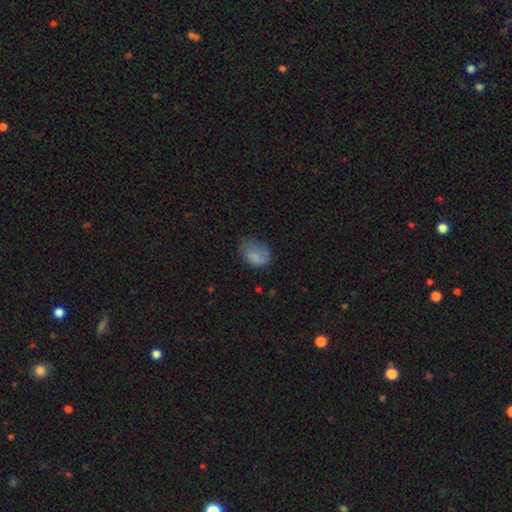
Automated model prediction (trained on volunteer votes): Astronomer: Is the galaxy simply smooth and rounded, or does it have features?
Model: smooth — 78%.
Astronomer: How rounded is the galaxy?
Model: in between — 75%.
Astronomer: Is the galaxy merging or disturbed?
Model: none — 44% (runner-up: minor disturbance, 34%).